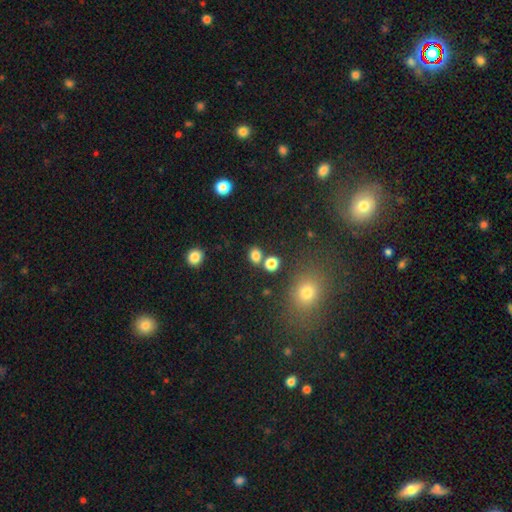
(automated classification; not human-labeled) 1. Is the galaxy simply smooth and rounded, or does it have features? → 80% smooth, 14% star or artifact, 5% featured or disk.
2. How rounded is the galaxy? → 57% round, 42% in between, 1% cigar-shaped.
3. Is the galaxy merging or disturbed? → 68% none, 18% merger, 10% minor disturbance, 4% major disturbance.